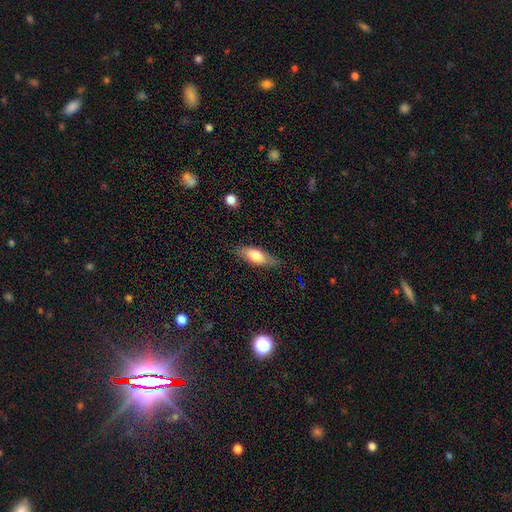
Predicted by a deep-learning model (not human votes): Overall: smooth (69%). How rounded: in between (66%; cigar-shaped 32%). Merging: none (79%).